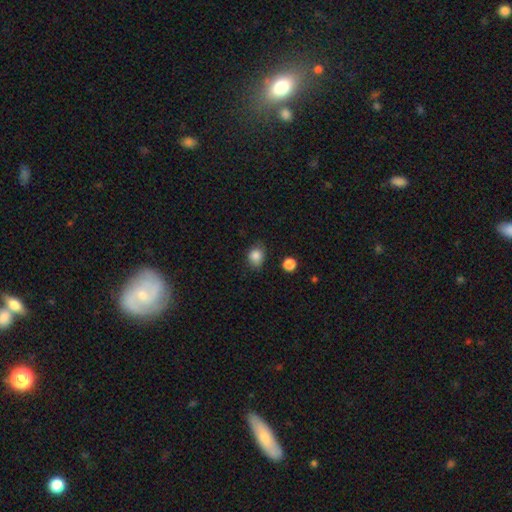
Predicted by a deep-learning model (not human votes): A smooth galaxy with no disk features (85%) that is round (60%).

Vote fractions:
- Smooth or featured? smooth: 85% / star or artifact: 10% / featured or disk: 5%
- How rounded? round: 60% / in between: 39% / cigar-shaped: 1%
- Merging? none: 76% / minor disturbance: 18% / major disturbance: 4% / merger: 2%